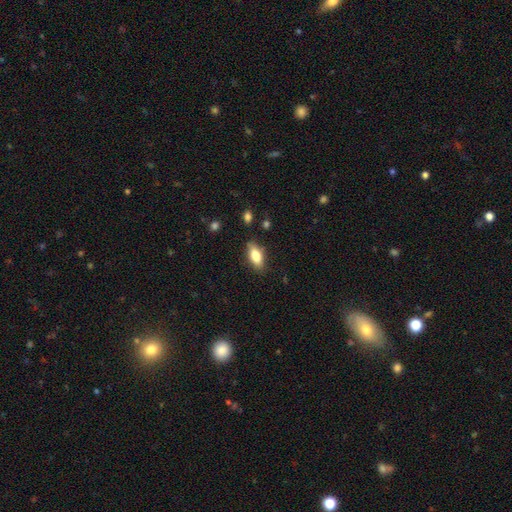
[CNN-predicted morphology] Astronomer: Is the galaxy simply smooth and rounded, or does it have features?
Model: smooth — 79%.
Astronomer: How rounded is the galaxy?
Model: in between — 82%.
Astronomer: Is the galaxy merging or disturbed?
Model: none — 83%.